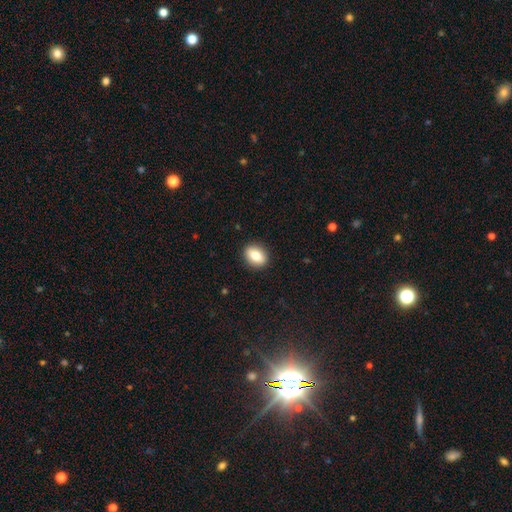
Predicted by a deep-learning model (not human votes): The model was most divided on "how rounded": in between: 67%, round: 32%, cigar-shaped: 2%. More confident: merging — none (90%); smooth or featured — smooth (81%).